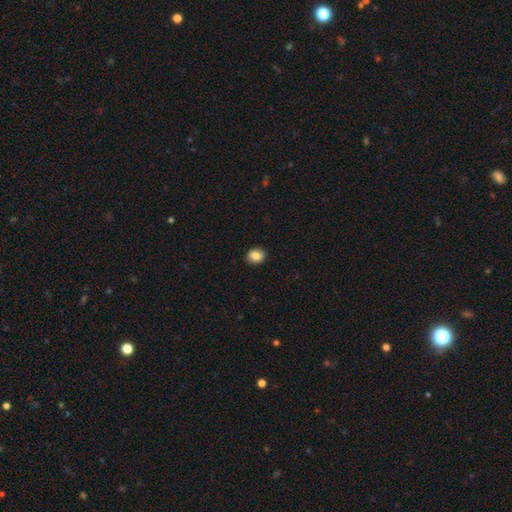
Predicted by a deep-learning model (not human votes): Q: Smooth or featured?
A: smooth (86%); runner-up: star or artifact (9%)
Q: How rounded?
A: round (59%); runner-up: in between (40%)
Q: Merging?
A: none (91%); runner-up: minor disturbance (7%)